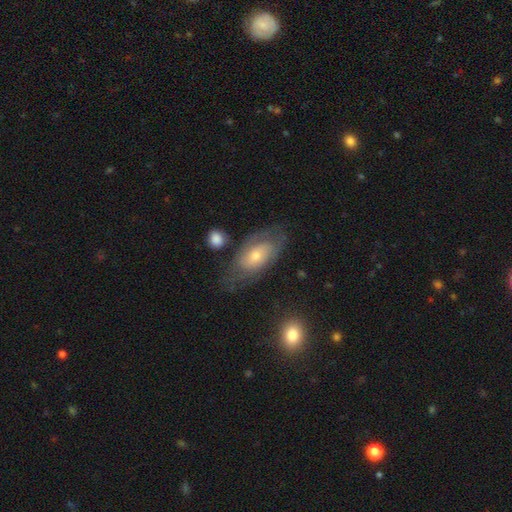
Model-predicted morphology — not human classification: featured or disk 57%, smooth 35%, star or artifact 7%. Down the decision tree: edge-on disk — no (91%); bar — no (72%); spiral arms — yes (74%); bulge size — small (51%); merging — none (61%).